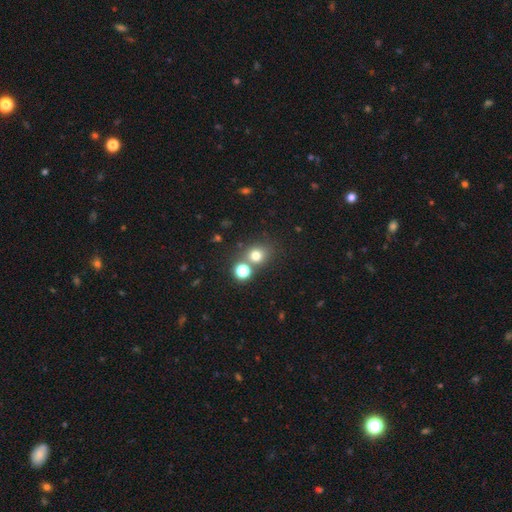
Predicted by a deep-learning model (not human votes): smooth-or-featured: smooth: 73% | star or artifact: 18% | featured or disk: 8%
  how-rounded: round: 79% | in between: 20% | cigar-shaped: 1%
  merging: none: 64% | merger: 23% | minor disturbance: 9% | major disturbance: 4%